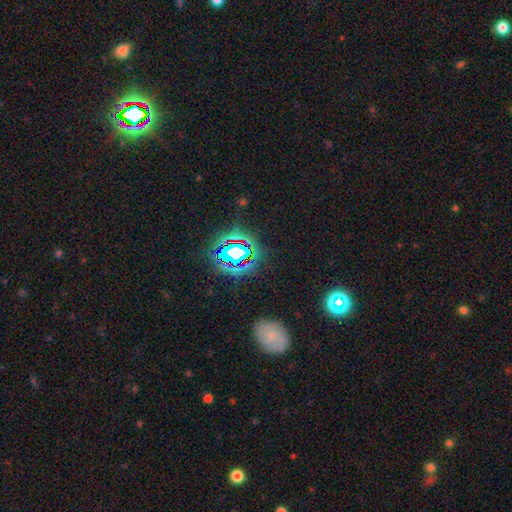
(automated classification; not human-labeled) Smooth or featured?
  - star or artifact: 78% *
  - smooth: 14%
  - featured or disk: 8%